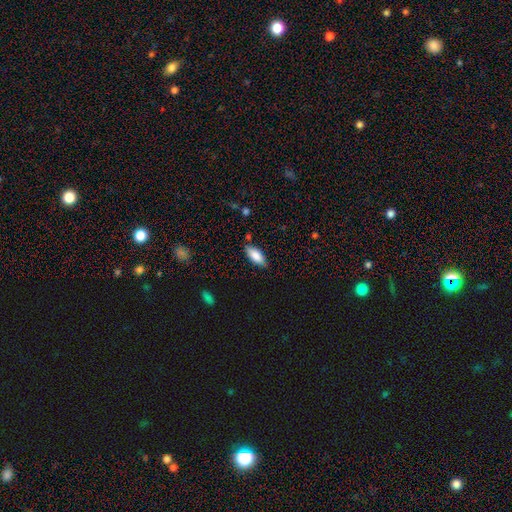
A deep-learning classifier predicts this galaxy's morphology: Q: Smooth or featured?
A: smooth (83%); runner-up: featured or disk (10%)
Q: How rounded?
A: in between (80%); runner-up: cigar-shaped (18%)
Q: Merging?
A: none (81%); runner-up: minor disturbance (14%)